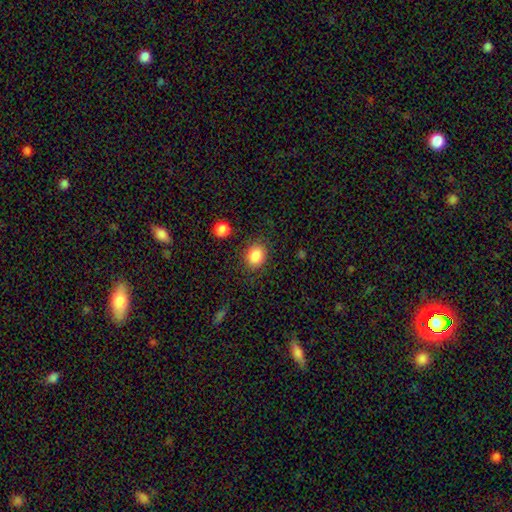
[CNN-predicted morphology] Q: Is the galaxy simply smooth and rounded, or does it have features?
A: smooth — 87%.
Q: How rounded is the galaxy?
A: round — 58%.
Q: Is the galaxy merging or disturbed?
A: none — 83%.